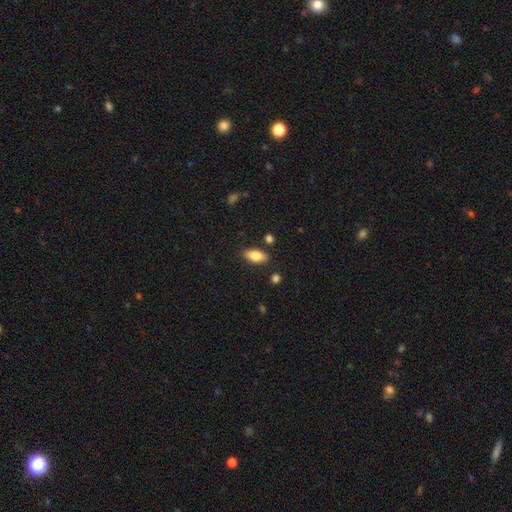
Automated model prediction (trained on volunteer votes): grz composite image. It shows a smooth galaxy with no disk features (79%) that is in between round and cigar-shaped (88%). Merging: none (85%).